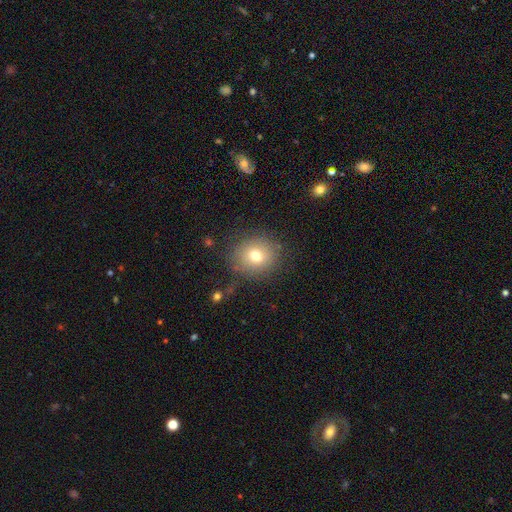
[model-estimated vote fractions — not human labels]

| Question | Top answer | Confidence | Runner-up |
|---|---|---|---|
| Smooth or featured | smooth | 74% | featured or disk (14%) |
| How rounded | round | 83% | in between (16%) |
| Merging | none | 81% | minor disturbance (11%) |